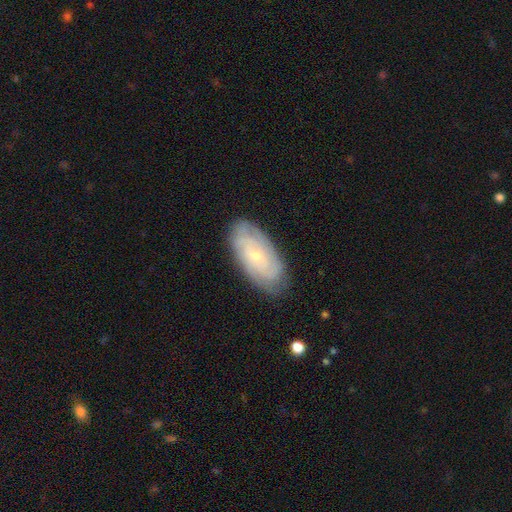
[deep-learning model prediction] Morphology: type=featured or disk (70%); edge-on=no (93%); bar=no (71%); spiral arms=yes (90%); winding=tight (70%); arm count=can't tell (47%); bulge=small (76%); merging=none (81%).